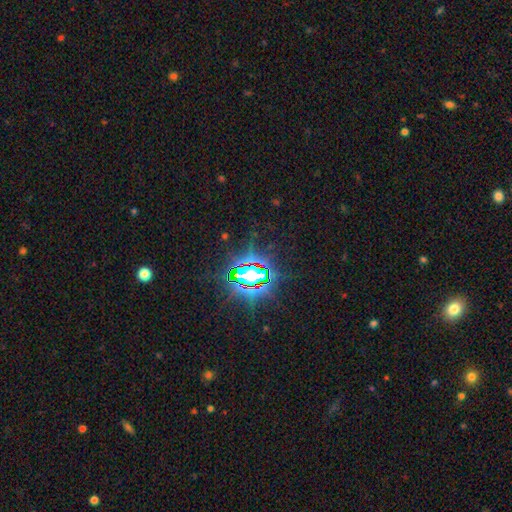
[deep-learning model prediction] Smooth or featured? Predicted: star or artifact (p=0.85).